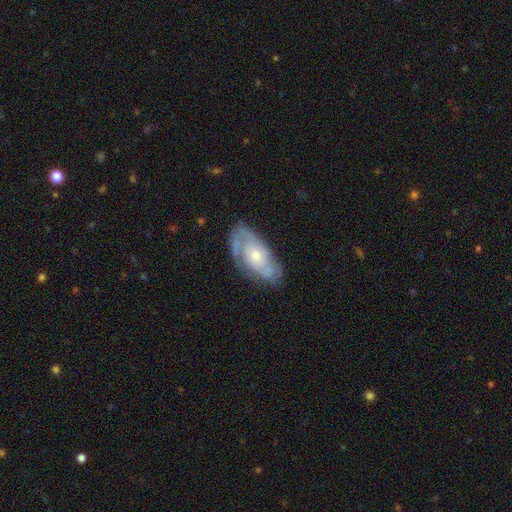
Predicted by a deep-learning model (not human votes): A featured or disk galaxy (74%) with no bar (75%), 2 (49%) tight (53%) spiral arms (86%) and a small central bulge (49%).

Vote fractions:
- Smooth or featured? featured or disk: 74% / smooth: 21% / star or artifact: 6%
- Edge-on disk? no: 93% / yes: 7%
- Bar? no: 75% / weak: 21% / strong: 4%
- Spiral arms? yes: 86% / no: 14%
- Spiral winding? tight: 53% / medium: 35% / loose: 12%
- Spiral arm count? 2: 49% / can't tell: 30% / 1: 10% / 3: 7% / 4: 2% / more than 4: 2%
- Bulge size? small: 49% / moderate: 44% / large: 3% / none: 2% / dominant: 1%
- Merging? none: 69% / minor disturbance: 21% / major disturbance: 8% / merger: 2%